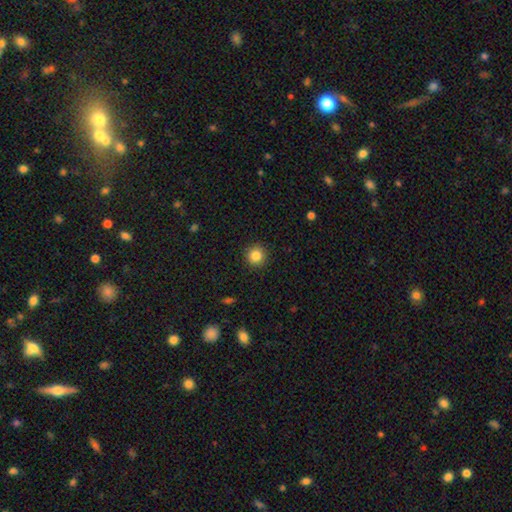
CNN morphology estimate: Smooth or featured? smooth (84%)
How rounded? round (95%)
Merging? none (92%)